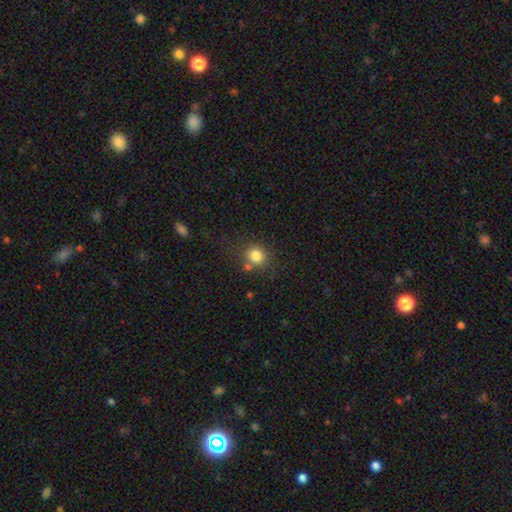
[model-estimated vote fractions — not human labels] This is clearly a smooth galaxy (81%). How rounded: clearly round (84%). Merging: likely none (70%).